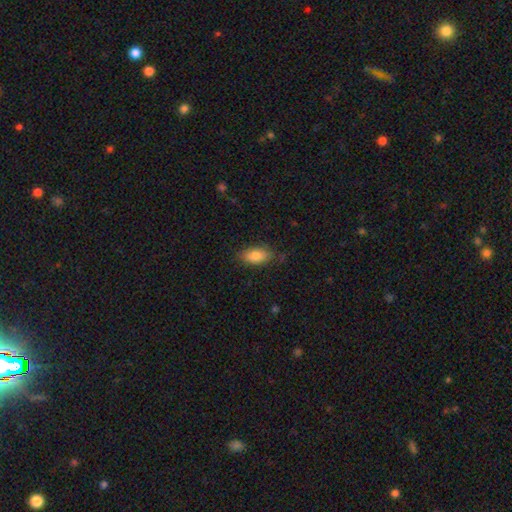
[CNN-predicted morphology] Smooth or featured: smooth — 83% (featured or disk — 10%)
How rounded: in between — 89% (cigar-shaped — 7%)
Merging: none — 78% (minor disturbance — 17%)